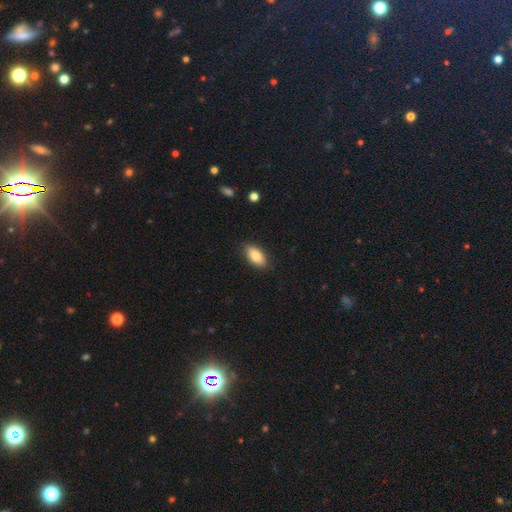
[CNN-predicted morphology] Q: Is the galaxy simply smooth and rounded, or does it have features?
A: smooth — 82%.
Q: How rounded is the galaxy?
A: in between — 90%.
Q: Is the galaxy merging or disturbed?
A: none — 87%.